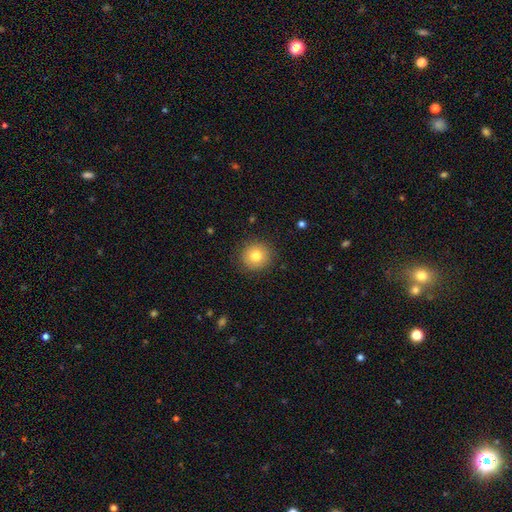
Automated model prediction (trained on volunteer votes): Smooth or featured? smooth (79%)
How rounded? round (93%)
Merging? none (89%)